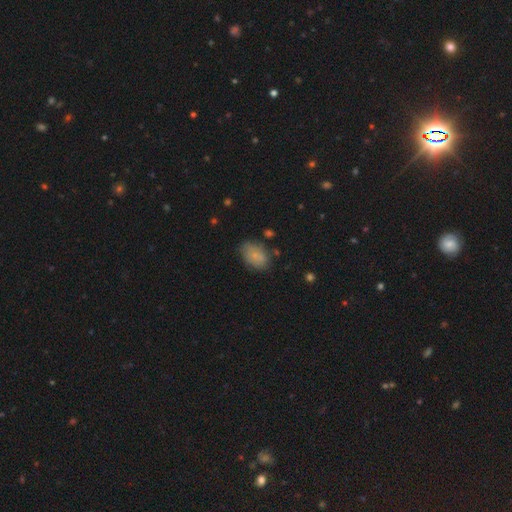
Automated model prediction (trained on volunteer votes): Smooth or featured?
  - smooth: 75% *
  - featured or disk: 16%
  - star or artifact: 9%
How rounded?
  - in between: 85% *
  - round: 14%
  - cigar-shaped: 1%
Merging?
  - none: 65% *
  - minor disturbance: 24%
  - major disturbance: 6%
  - merger: 4%